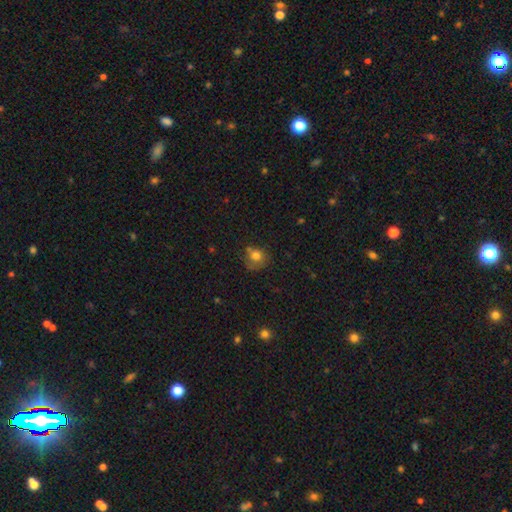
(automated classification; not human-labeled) smooth 76%, star or artifact 12%, featured or disk 12%. Down the decision tree: how rounded — round (76%); merging — none (53%).